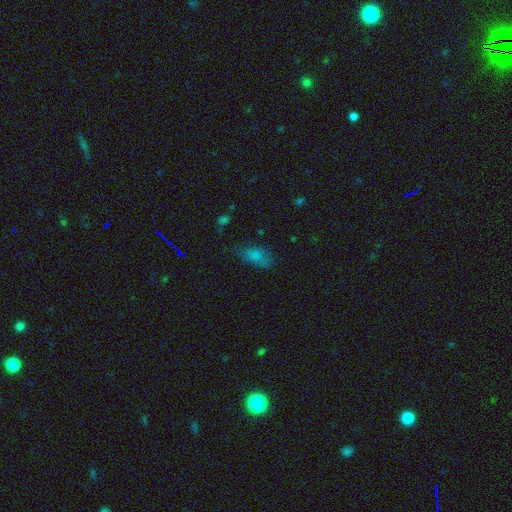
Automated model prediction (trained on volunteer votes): smooth-or-featured: smooth: 78% | star or artifact: 13% | featured or disk: 9%
  how-rounded: in between: 89% | cigar-shaped: 6% | round: 5%
  merging: none: 62% | minor disturbance: 25% | major disturbance: 10% | merger: 3%